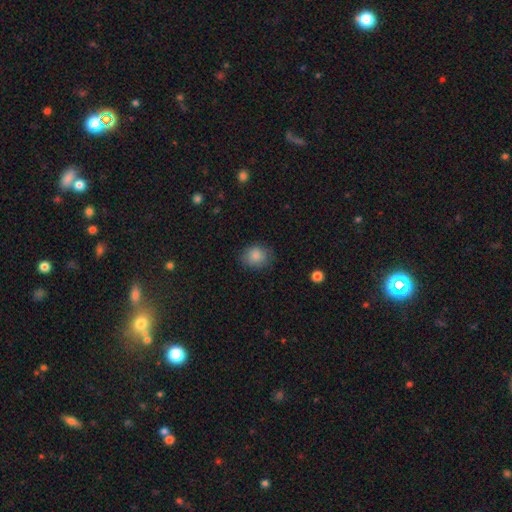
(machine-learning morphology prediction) This is clearly a smooth galaxy (85%). How rounded: likely round (66%). Merging: likely none (77%).